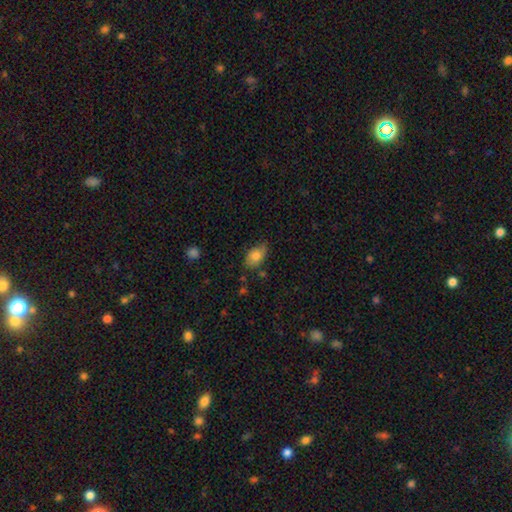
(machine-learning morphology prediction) A smooth galaxy with no disk features (80%) that is in between round and cigar-shaped (89%). Merging: none (70%).